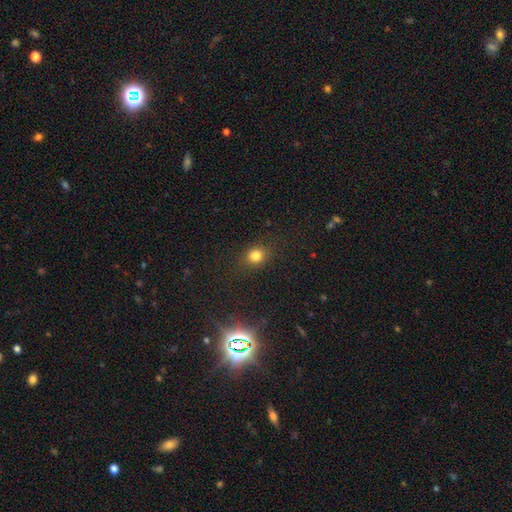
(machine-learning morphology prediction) Smooth or featured: smooth — 79% (star or artifact — 15%)
How rounded: round — 70% (in between — 29%)
Merging: none — 82% (minor disturbance — 11%)